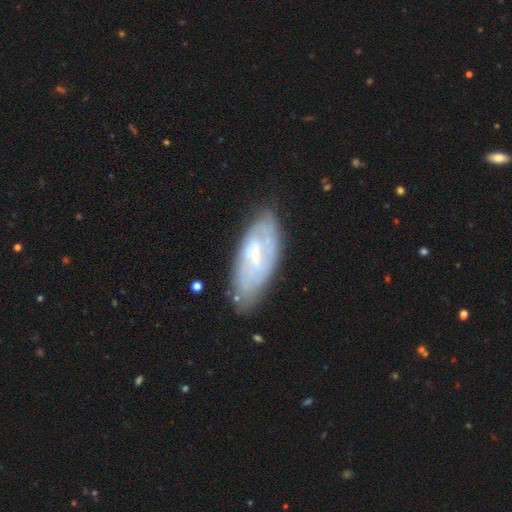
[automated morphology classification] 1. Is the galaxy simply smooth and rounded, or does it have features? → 74% featured or disk, 19% smooth, 6% star or artifact.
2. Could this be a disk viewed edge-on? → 90% no, 10% yes.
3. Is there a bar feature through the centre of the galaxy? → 53% weak, 26% strong, 22% no.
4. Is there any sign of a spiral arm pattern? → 83% yes, 17% no.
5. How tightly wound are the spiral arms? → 55% tight, 33% medium, 12% loose.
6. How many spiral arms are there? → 43% can't tell, 41% 2, 7% 3, 4% 4, 3% 1, 3% more than 4.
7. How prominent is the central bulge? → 69% small, 24% moderate, 4% none, 1% large, 1% dominant.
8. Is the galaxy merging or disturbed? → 74% none, 19% minor disturbance, 5% major disturbance, 2% merger.